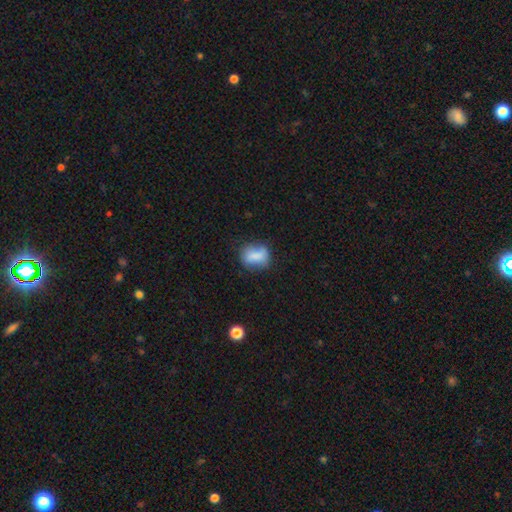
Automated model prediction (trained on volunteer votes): Smooth or featured? Predicted: smooth (p=0.77). How rounded? Predicted: in between (p=0.62). Merging? Predicted: none (p=0.61).